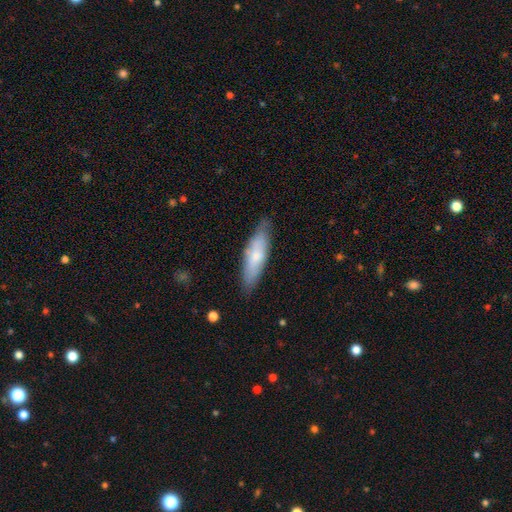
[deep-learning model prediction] smooth-or-featured: smooth: 66% | featured or disk: 29% | star or artifact: 6%
  how-rounded: cigar-shaped: 58% | in between: 40% | round: 2%
  merging: none: 79% | minor disturbance: 16% | major disturbance: 3% | merger: 1%